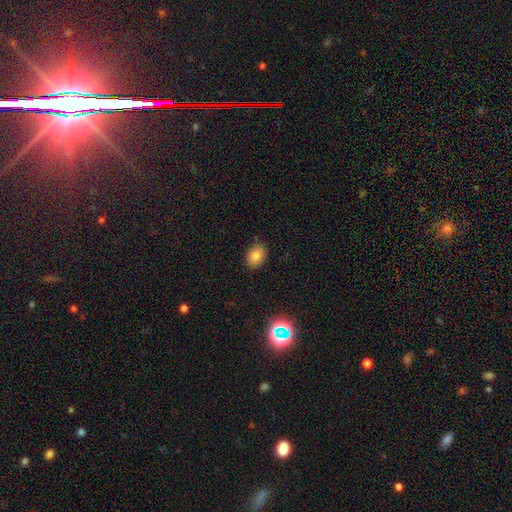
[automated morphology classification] smooth_or_featured: smooth (p=0.80) [alt: star or artifact p=0.10]
how_rounded: in between (p=0.77) [alt: round p=0.22]
merging: none (p=0.84) [alt: minor disturbance p=0.13]